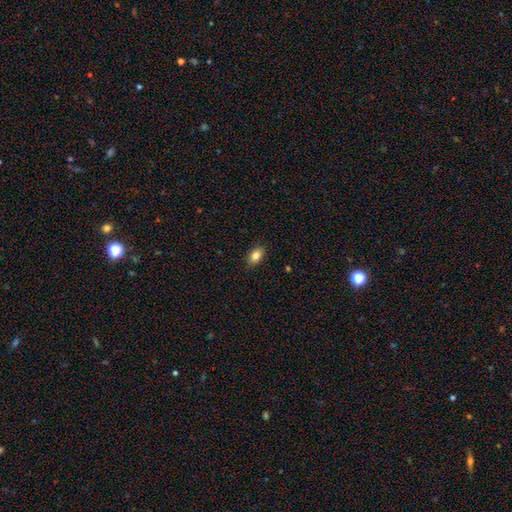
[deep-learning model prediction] Morphology: type=smooth (84%); roundness=in between (88%); merging=none (88%).